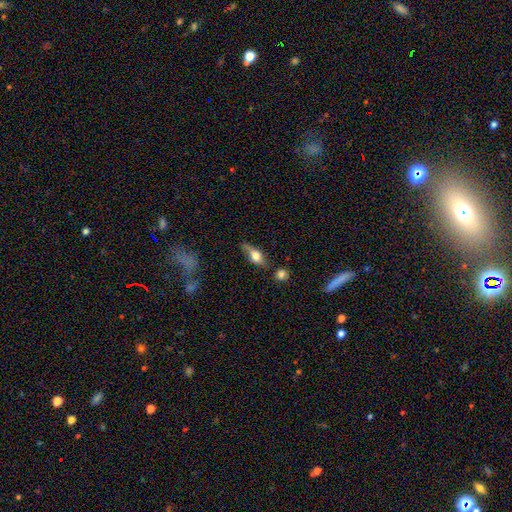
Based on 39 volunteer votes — Overall: smooth (49%, tied with featured or disk). How rounded: in between (58%; cigar-shaped 37%). Merging: none (61%).